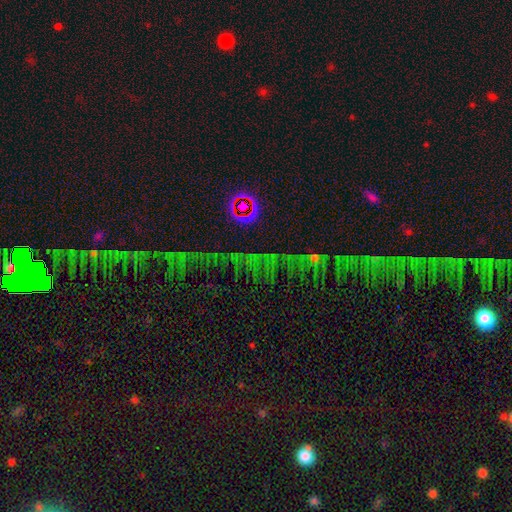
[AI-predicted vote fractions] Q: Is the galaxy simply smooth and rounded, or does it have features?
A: star or artifact — 77%.